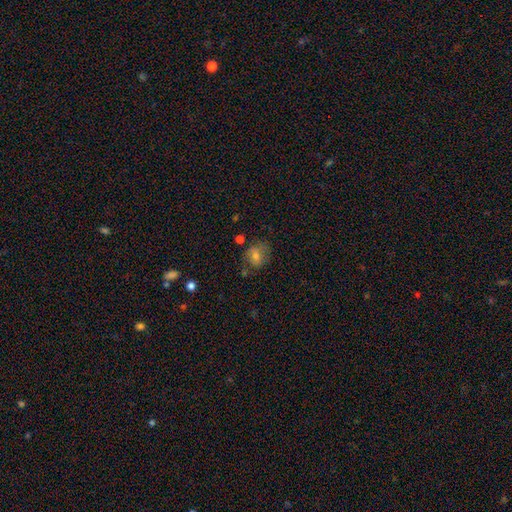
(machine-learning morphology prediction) smooth-or-featured: smooth: 61% | featured or disk: 25% | star or artifact: 14%
  how-rounded: round: 59% | in between: 40% | cigar-shaped: 1%
  merging: none: 64% | minor disturbance: 22% | major disturbance: 9% | merger: 5%